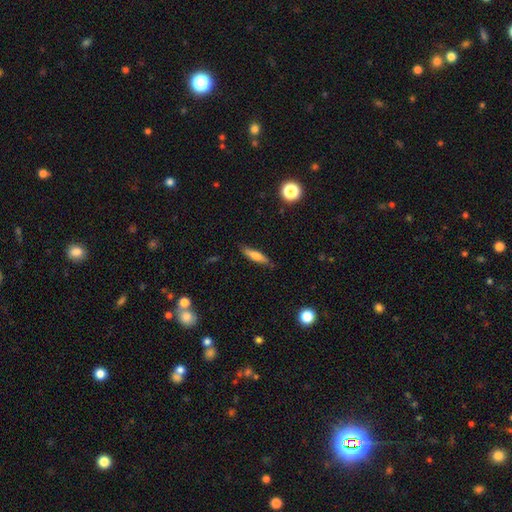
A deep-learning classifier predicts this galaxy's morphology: This is likely a smooth galaxy (66%). How rounded: likely cigar-shaped (75%). Merging: clearly none (82%).